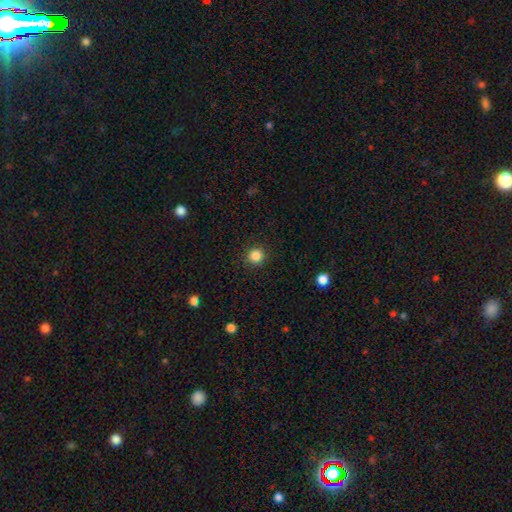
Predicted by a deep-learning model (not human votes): Smooth or featured? Predicted: smooth (p=0.85). How rounded? Predicted: round (p=0.94). Merging? Predicted: none (p=0.91).